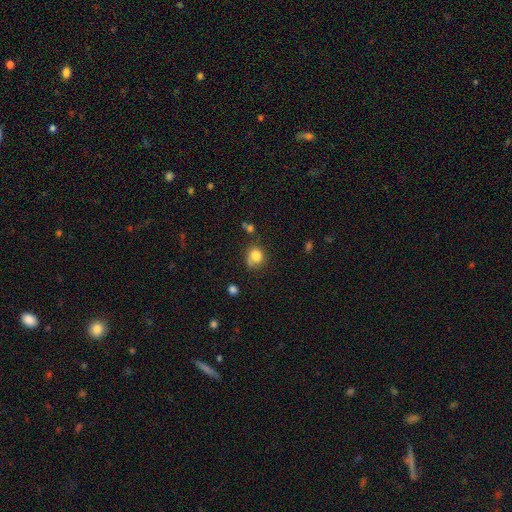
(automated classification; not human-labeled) This is clearly a smooth galaxy (80%). How rounded: likely round (74%). Merging: possibly none (57%).